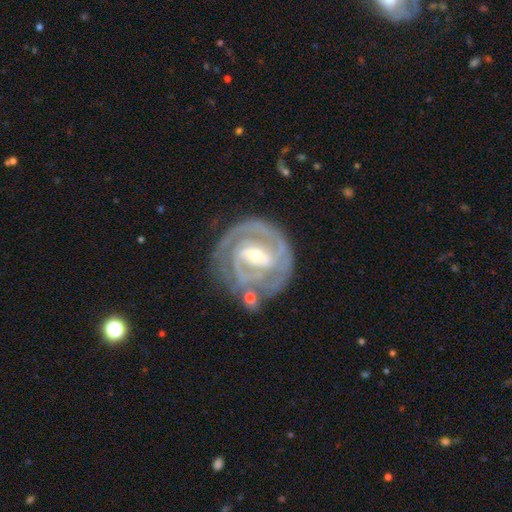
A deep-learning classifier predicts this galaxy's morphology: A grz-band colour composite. It shows a featured or disk galaxy (89%) with a weak bar (43%), 2 (53%) tight (72%) spiral arms (94%) and a small central bulge (49%). Merging: none (70%).